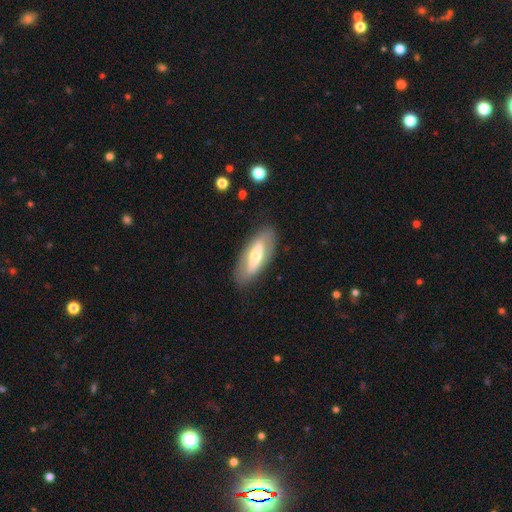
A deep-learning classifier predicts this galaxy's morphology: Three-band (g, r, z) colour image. It shows a featured or disk galaxy (51%). Merging: none (83%).